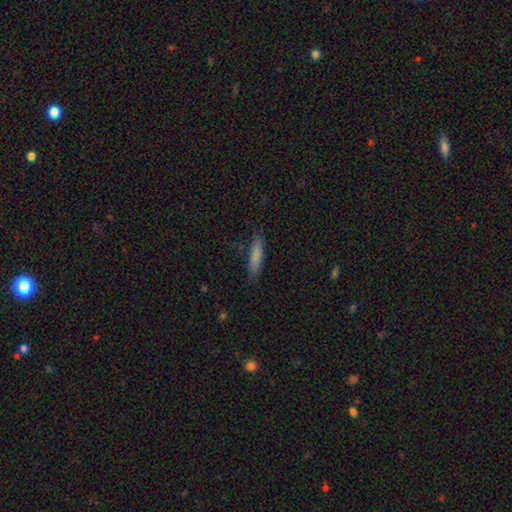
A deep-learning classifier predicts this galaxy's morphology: The model was most divided on "how rounded": cigar-shaped: 83%, in between: 16%, round: 1%. More confident: merging — none (86%); smooth or featured — smooth (80%).